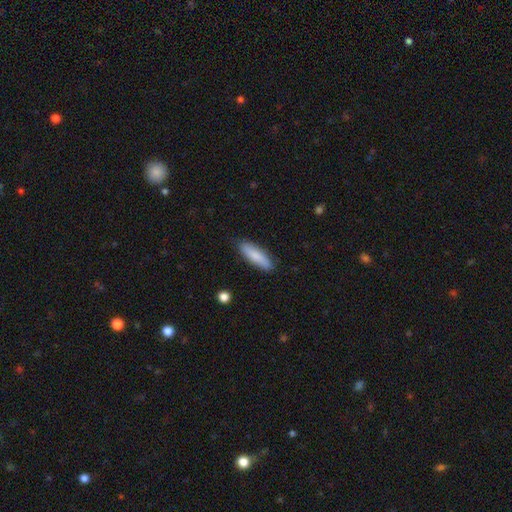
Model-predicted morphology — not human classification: Smooth or featured?
  - smooth: 83% *
  - featured or disk: 12%
  - star or artifact: 6%
How rounded?
  - cigar-shaped: 57% *
  - in between: 41%
  - round: 2%
Merging?
  - none: 85% *
  - minor disturbance: 12%
  - major disturbance: 2%
  - merger: 1%